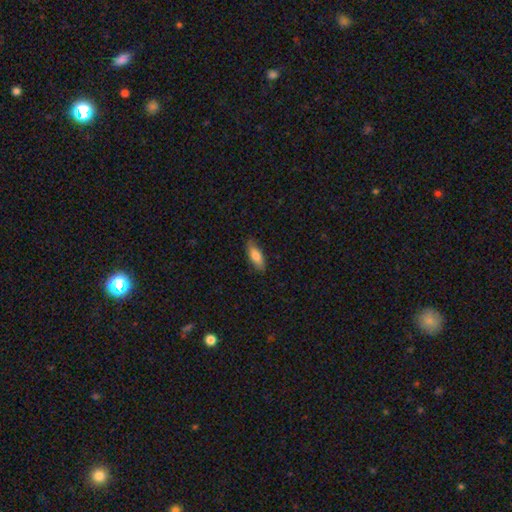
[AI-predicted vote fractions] Smooth or featured? Predicted: smooth (p=0.76). How rounded? Predicted: in between (p=0.60). Merging? Predicted: none (p=0.83).